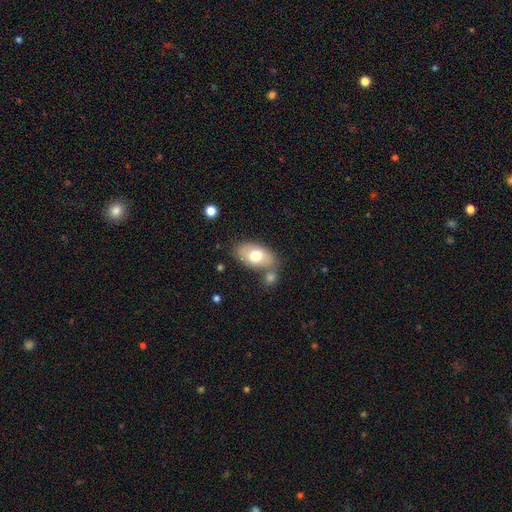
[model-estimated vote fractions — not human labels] smooth 70%, featured or disk 23%, star or artifact 7%. Down the decision tree: how rounded — in between (91%); merging — none (60%).